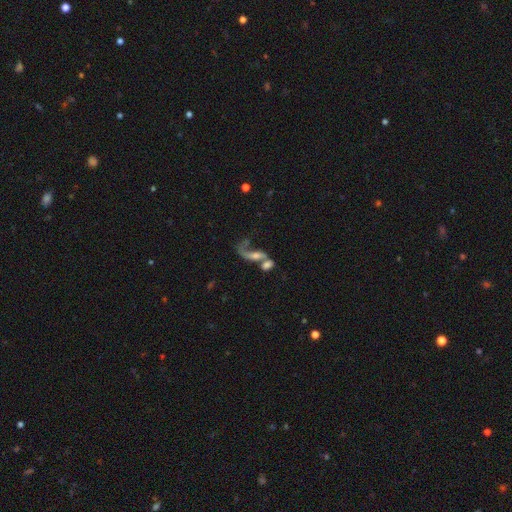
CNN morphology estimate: smooth_or_featured: featured or disk (p=0.62) [alt: smooth p=0.26]
disk_edge_on: no (p=0.85) [alt: yes p=0.15]
bar: no (p=0.61) [alt: weak p=0.27]
has_spiral_arms: yes (p=0.70) [alt: no p=0.30]
bulge_size: moderate (p=0.36) [alt: small p=0.33]
merging: merger (p=0.54) [alt: none p=0.19]